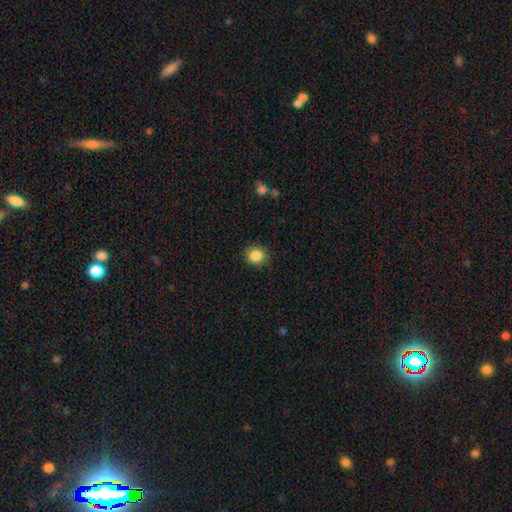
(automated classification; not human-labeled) A smooth galaxy with no disk features (86%) that is round (84%).

Vote fractions:
- Smooth or featured? smooth: 86% / star or artifact: 10% / featured or disk: 4%
- How rounded? round: 84% / in between: 15% / cigar-shaped: 1%
- Merging? none: 86% / minor disturbance: 10% / major disturbance: 3% / merger: 1%